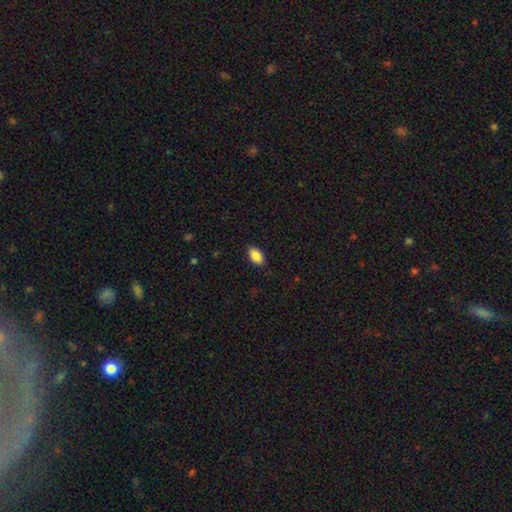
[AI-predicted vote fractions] This appears to be a smooth galaxy with no disk features (88%) that is in between round and cigar-shaped (93%). Merging: none (87%).